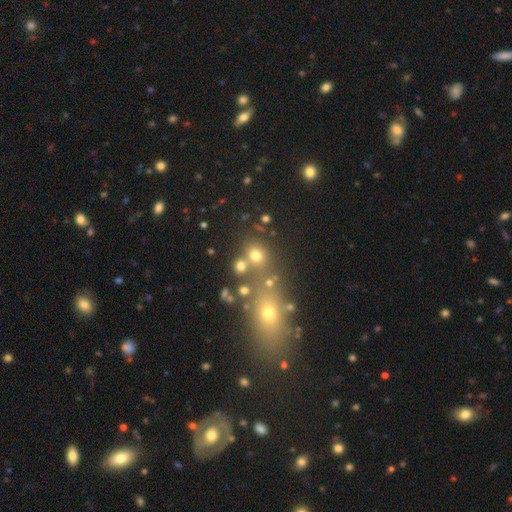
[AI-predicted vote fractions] Morphology: type=smooth (66%); roundness=round (70%); merging=none (58%).